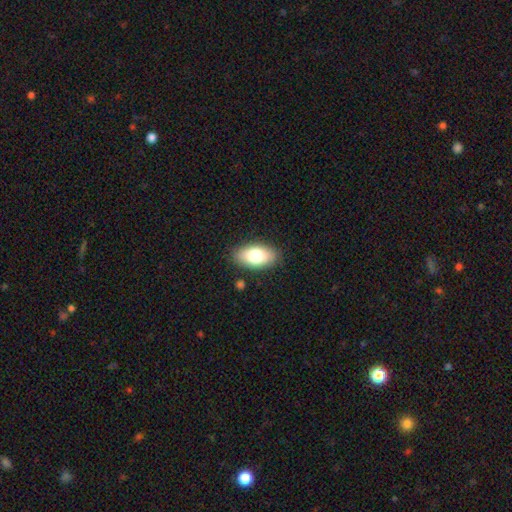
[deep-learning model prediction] Smooth or featured? Predicted: smooth (p=0.78). How rounded? Predicted: in between (p=0.92). Merging? Predicted: none (p=0.87).